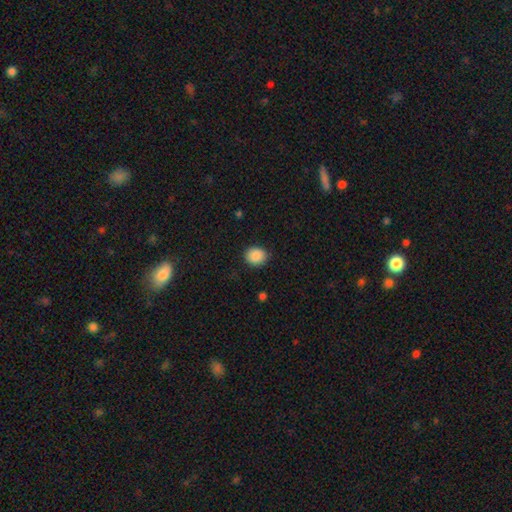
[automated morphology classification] Smooth or featured?
  - smooth: 89% *
  - star or artifact: 8%
  - featured or disk: 3%
How rounded?
  - round: 70% *
  - in between: 29%
  - cigar-shaped: 1%
Merging?
  - none: 88% *
  - minor disturbance: 9%
  - major disturbance: 2%
  - merger: 1%